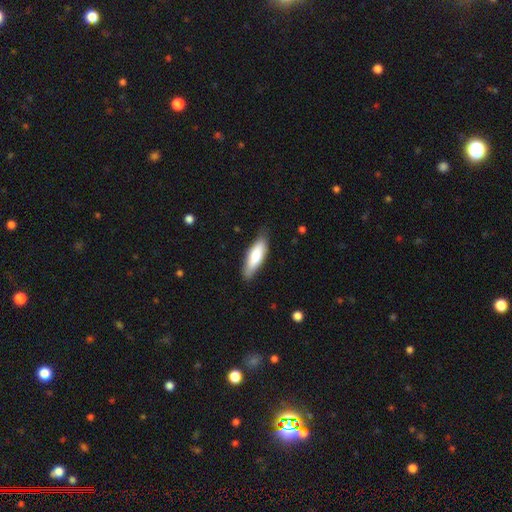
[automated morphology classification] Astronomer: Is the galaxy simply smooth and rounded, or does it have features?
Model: smooth — 77%.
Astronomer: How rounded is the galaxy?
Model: in between — 52% (runner-up: cigar-shaped, 47%).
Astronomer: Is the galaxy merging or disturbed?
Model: none — 78%.